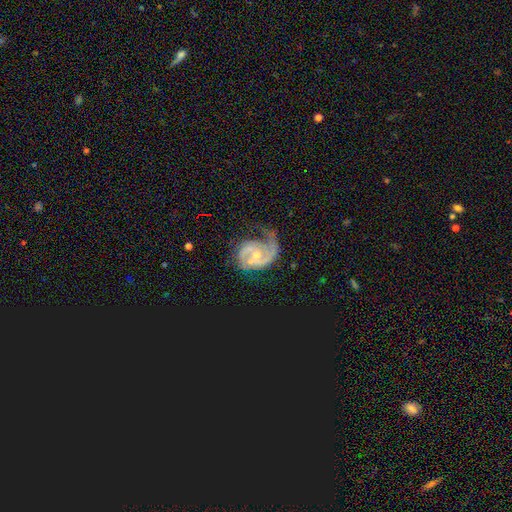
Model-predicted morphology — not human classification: Smooth or featured? featured or disk (89%)
Edge-on disk? no (98%)
Bar? no (59%)
Spiral arms? yes (97%)
Spiral winding? medium (47%)
Spiral arm count? 2 (75%)
Bulge size? small (60%)
Merging? none (52%)